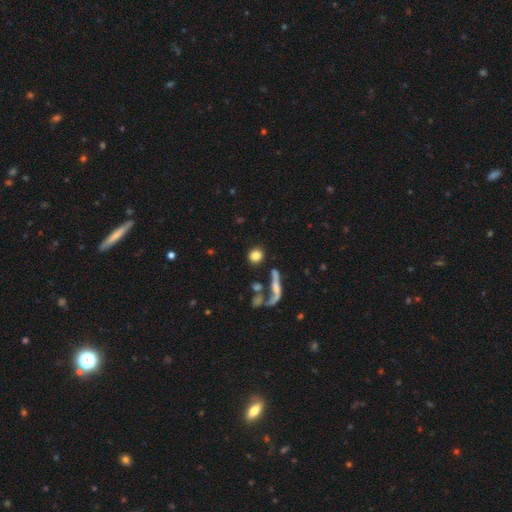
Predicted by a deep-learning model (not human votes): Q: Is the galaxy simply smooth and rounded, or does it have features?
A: smooth — 80%.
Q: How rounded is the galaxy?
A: round — 83%.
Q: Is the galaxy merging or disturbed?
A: none — 71%.